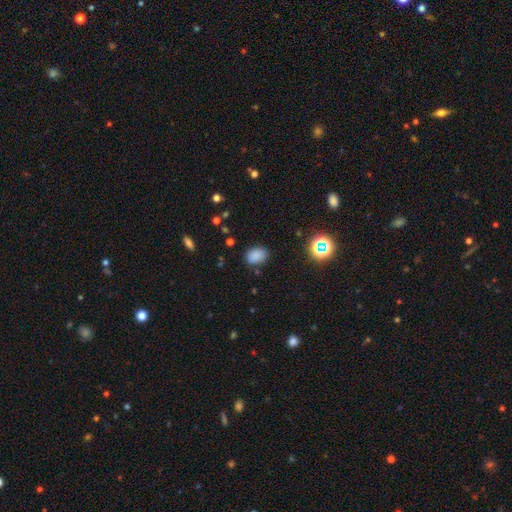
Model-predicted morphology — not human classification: Overall: smooth (81%). How rounded: in between (75%). Merging: none (81%).